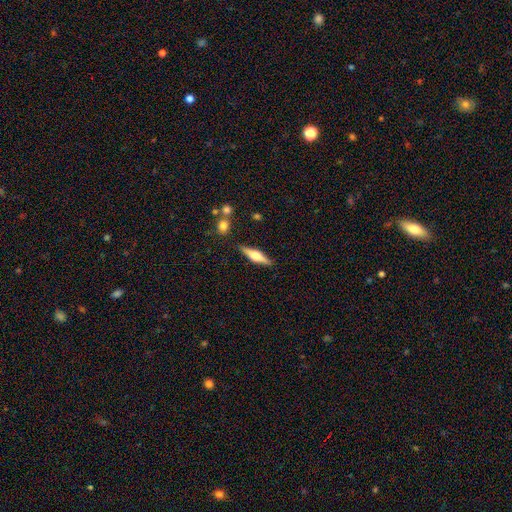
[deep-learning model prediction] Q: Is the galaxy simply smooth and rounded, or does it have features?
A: featured or disk — 65%.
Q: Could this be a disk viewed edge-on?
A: yes — 97%.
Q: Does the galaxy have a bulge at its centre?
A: rounded — 91%.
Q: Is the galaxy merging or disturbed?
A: none — 87%.